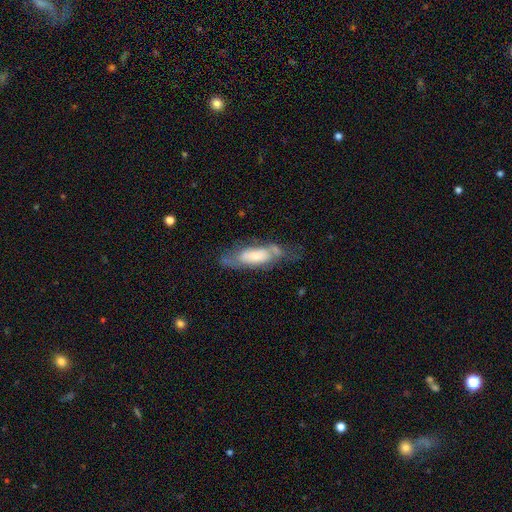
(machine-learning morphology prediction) smooth-or-featured: smooth: 48% | featured or disk: 45% | star or artifact: 7%
  merging: none: 48% | minor disturbance: 26% | major disturbance: 19% | merger: 7%